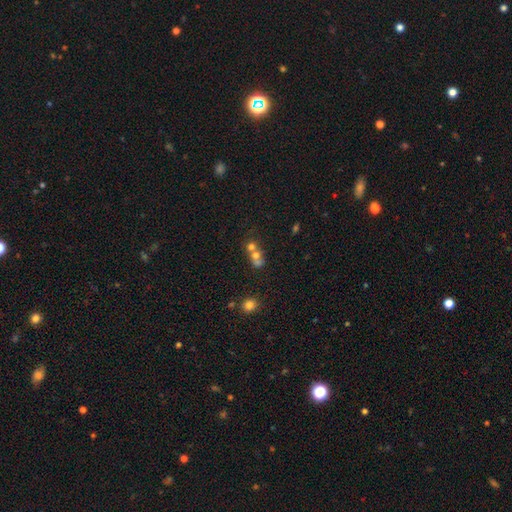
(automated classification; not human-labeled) Smooth or featured: smooth — 62% (featured or disk — 21%)
How rounded: round — 72% (in between — 26%)
Merging: merger — 63% (none — 27%)